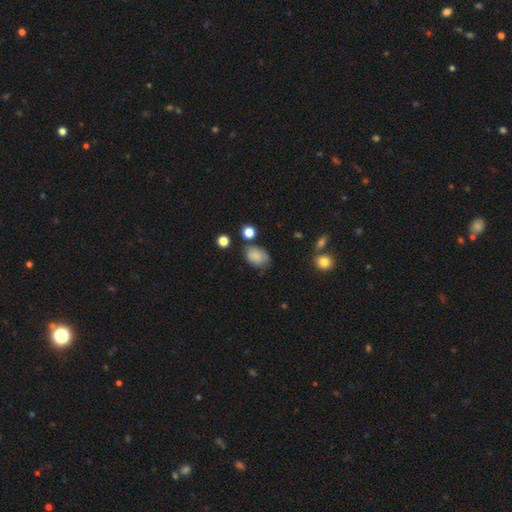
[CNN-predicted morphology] This is clearly a smooth galaxy (82%). How rounded: likely in between (78%). Merging: likely none (62%).